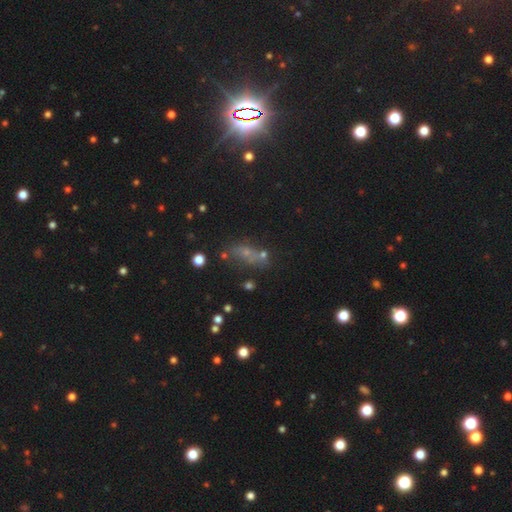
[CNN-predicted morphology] The model was most divided on "smooth or featured": smooth: 41%, star or artifact: 39%, featured or disk: 20%. More confident: merging — none (51%).